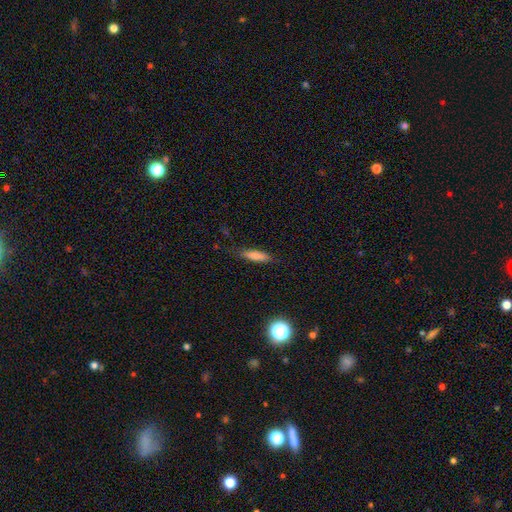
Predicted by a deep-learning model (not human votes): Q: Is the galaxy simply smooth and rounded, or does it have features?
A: smooth — 78%.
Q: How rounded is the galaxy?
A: cigar-shaped — 68%.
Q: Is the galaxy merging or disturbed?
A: none — 81%.